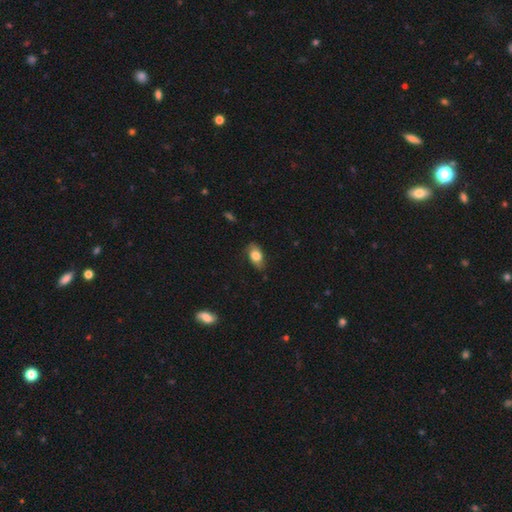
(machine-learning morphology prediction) Smooth or featured? smooth (73%)
How rounded? in between (88%)
Merging? none (72%)